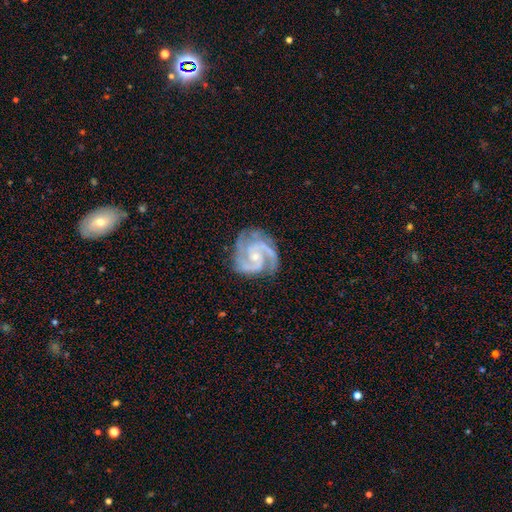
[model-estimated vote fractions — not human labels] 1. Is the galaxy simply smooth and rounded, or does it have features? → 93% featured or disk, 4% star or artifact, 3% smooth.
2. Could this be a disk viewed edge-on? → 98% no, 2% yes.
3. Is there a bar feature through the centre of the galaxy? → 62% no, 30% weak, 8% strong.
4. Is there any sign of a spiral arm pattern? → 99% yes, 1% no.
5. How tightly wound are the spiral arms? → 52% medium, 42% tight, 6% loose.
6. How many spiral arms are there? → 55% 2, 33% 3, 4% can't tell, 3% 4, 3% 1, 3% more than 4.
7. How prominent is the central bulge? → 67% small, 29% moderate, 2% none, 1% large, 1% dominant.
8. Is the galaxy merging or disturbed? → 76% none, 17% minor disturbance, 6% major disturbance, 1% merger.